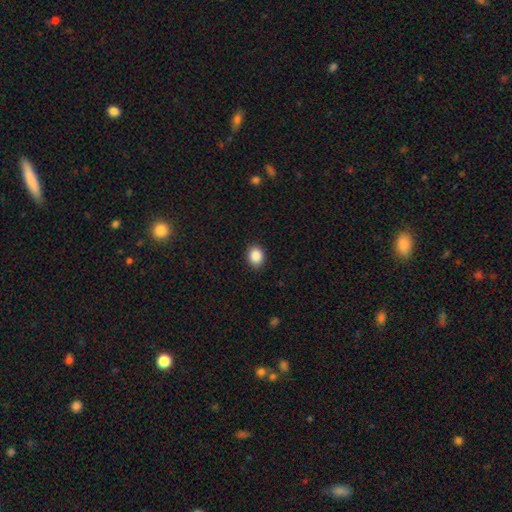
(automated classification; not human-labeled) This appears to be a smooth galaxy with no disk features (88%) that is round (57%). Merging: none (89%).